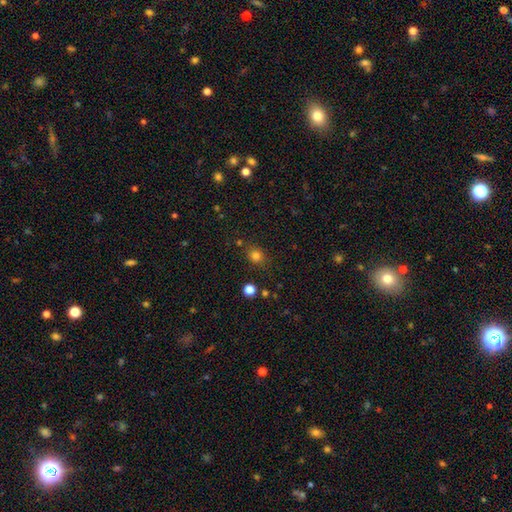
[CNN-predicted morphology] A smooth galaxy with no disk features (80%) that is round (71%).

Vote fractions:
- Smooth or featured? smooth: 80% / star or artifact: 15% / featured or disk: 5%
- How rounded? round: 71% / in between: 27% / cigar-shaped: 1%
- Merging? none: 79% / minor disturbance: 13% / major disturbance: 4% / merger: 4%